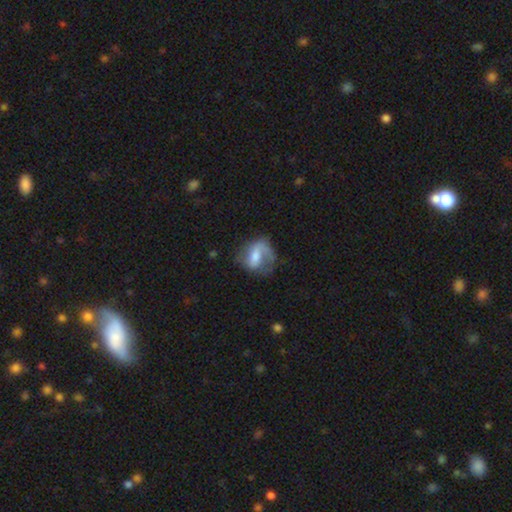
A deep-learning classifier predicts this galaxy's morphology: Q: Smooth or featured?
A: featured or disk (55%); runner-up: smooth (37%)
Q: Edge-on disk?
A: no (96%); runner-up: yes (4%)
Q: Bar?
A: weak (46%); runner-up: no (32%)
Q: Spiral arms?
A: yes (77%); runner-up: no (23%)
Q: Bulge size?
A: moderate (47%); runner-up: small (28%)
Q: Merging?
A: none (45%); runner-up: major disturbance (28%)